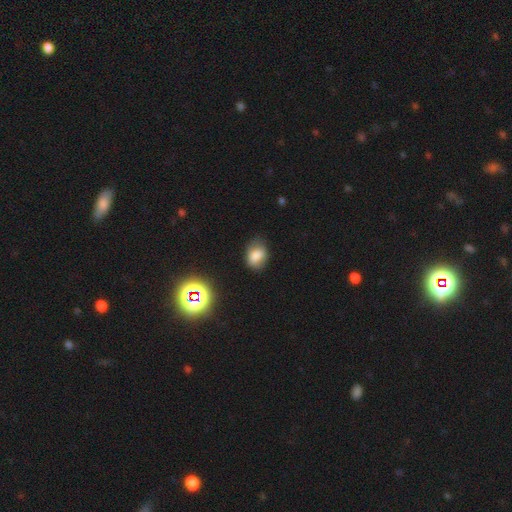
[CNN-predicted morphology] Q: Smooth or featured?
A: smooth (75%); runner-up: star or artifact (13%)
Q: How rounded?
A: in between (73%); runner-up: round (25%)
Q: Merging?
A: none (66%); runner-up: minor disturbance (26%)